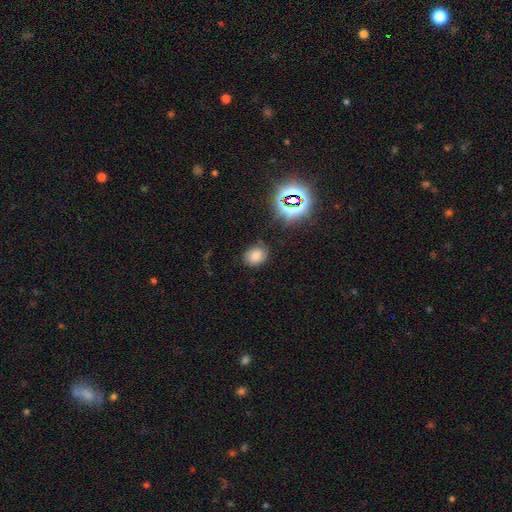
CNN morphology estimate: The model was most divided on "how rounded": in between: 50%, round: 49%, cigar-shaped: 1%. More confident: merging — none (80%); smooth or featured — smooth (73%).